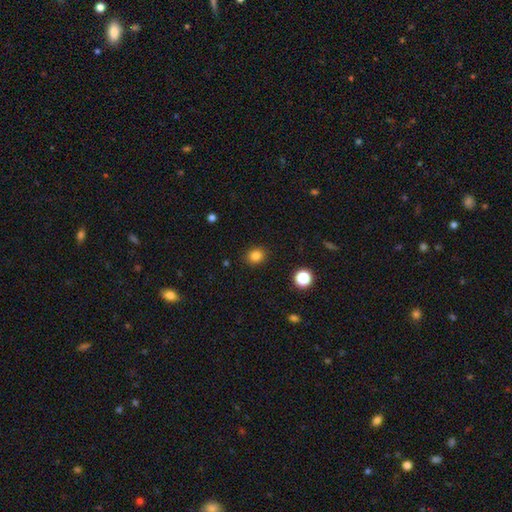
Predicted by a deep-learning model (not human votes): smooth_or_featured: smooth (p=0.83) [alt: star or artifact p=0.13]
how_rounded: round (p=0.77) [alt: in between p=0.22]
merging: none (p=0.89) [alt: minor disturbance p=0.07]